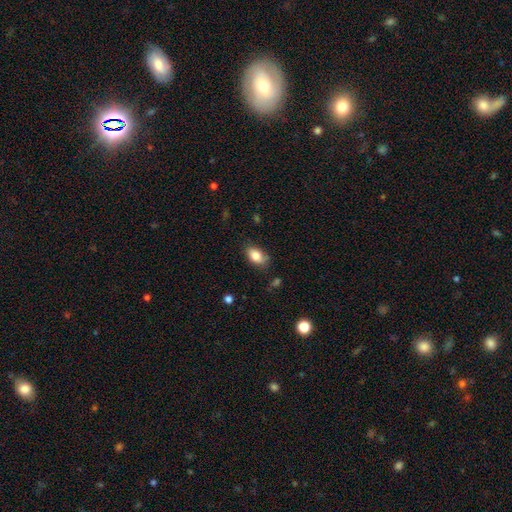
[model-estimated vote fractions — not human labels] Smooth or featured? smooth (84%)
How rounded? in between (88%)
Merging? none (77%)